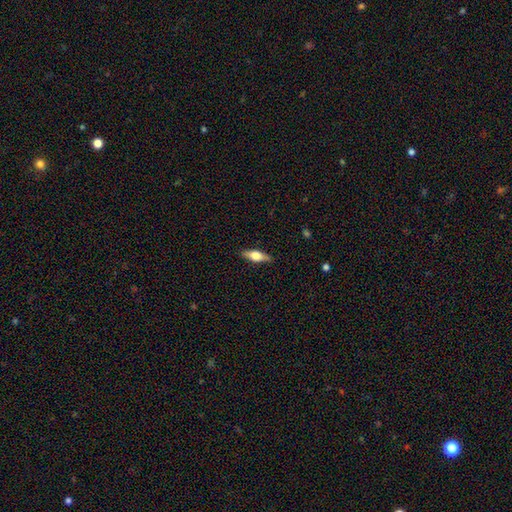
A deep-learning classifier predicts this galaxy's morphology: A smooth galaxy with no disk features (52%) that is in between round and cigar-shaped (58%). Merging: none (87%).